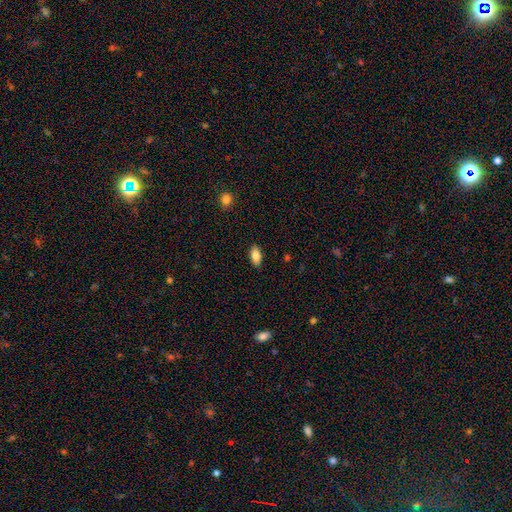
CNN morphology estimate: This appears to be a smooth galaxy with no disk features (82%) that is in between round and cigar-shaped (91%). Merging: none (89%).